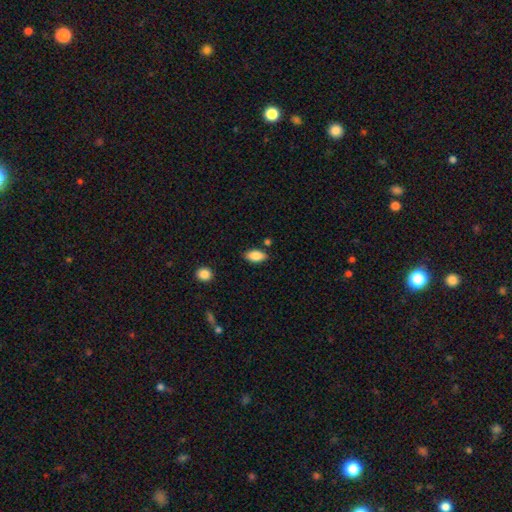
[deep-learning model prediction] This appears to be a smooth galaxy with no disk features (86%) that is in between round and cigar-shaped (91%). Merging: none (82%).